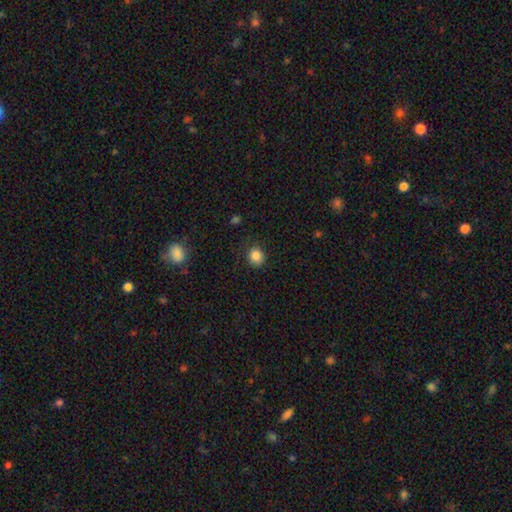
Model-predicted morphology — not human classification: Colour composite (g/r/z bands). It shows a smooth galaxy with no disk features (85%) that is round (73%). Merging: none (82%).